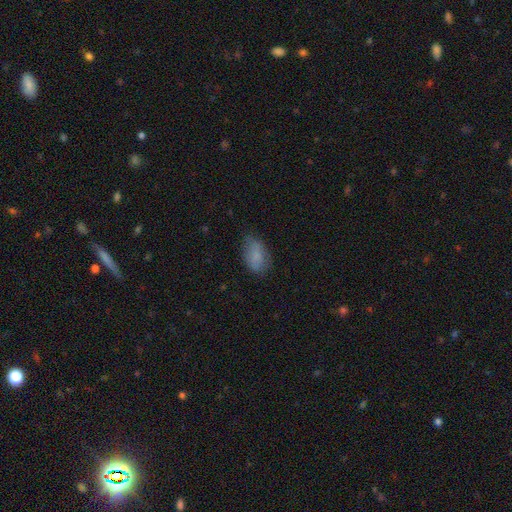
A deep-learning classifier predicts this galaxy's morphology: Smooth or featured? smooth (78%)
How rounded? in between (90%)
Merging? none (66%)